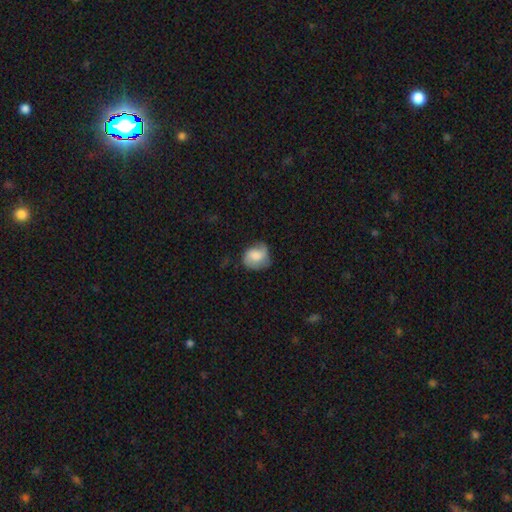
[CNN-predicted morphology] smooth 60%, featured or disk 32%, star or artifact 8%. Down the decision tree: how rounded — round (64%); merging — none (57%).